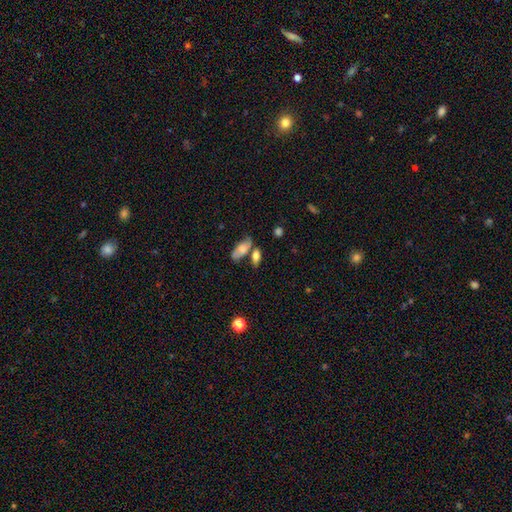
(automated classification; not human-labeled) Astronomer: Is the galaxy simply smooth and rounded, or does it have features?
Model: smooth — 75%.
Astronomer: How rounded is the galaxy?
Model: in between — 76%.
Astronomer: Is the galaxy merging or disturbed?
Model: none — 53%.